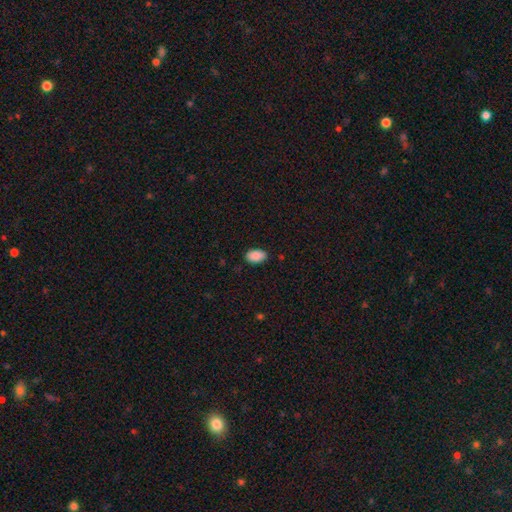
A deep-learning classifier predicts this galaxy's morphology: Smooth or featured? smooth (90%)
How rounded? in between (93%)
Merging? none (85%)